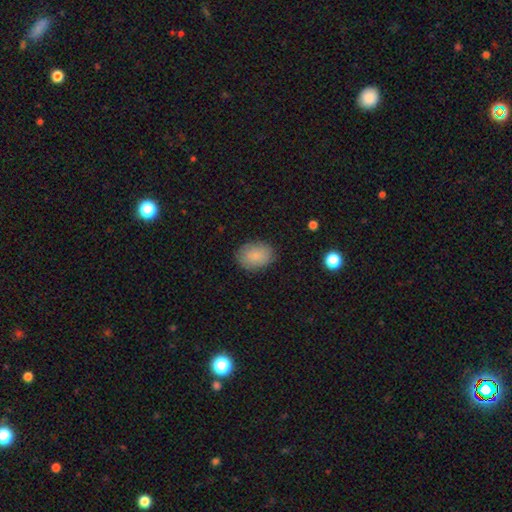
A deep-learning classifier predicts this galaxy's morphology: A smooth galaxy with no disk features (85%) that is in between round and cigar-shaped (73%). Merging: none (84%).